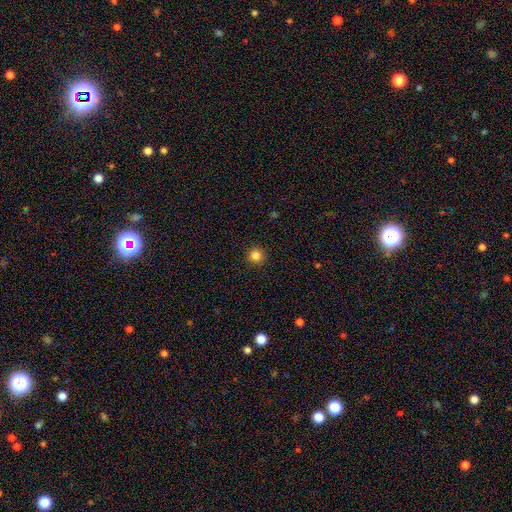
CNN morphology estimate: Smooth or featured? Predicted: smooth (p=0.84). How rounded? Predicted: round (p=0.95). Merging? Predicted: none (p=0.92).